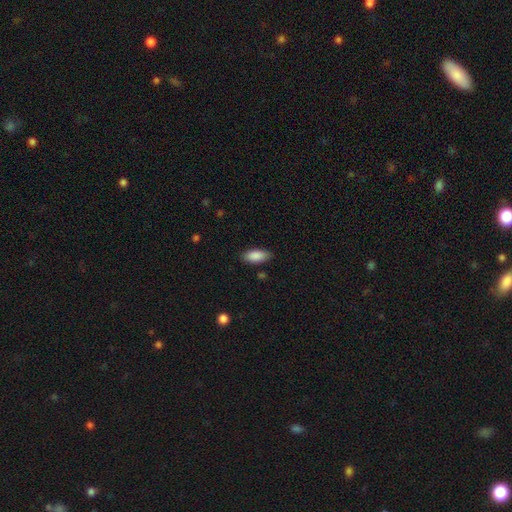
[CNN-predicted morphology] smooth-or-featured: smooth: 89% | star or artifact: 6% | featured or disk: 5%
  how-rounded: in between: 86% | cigar-shaped: 12% | round: 2%
  merging: none: 86% | minor disturbance: 11% | major disturbance: 2% | merger: 1%